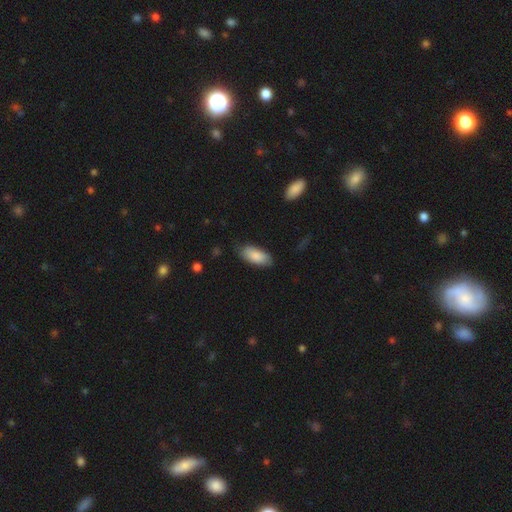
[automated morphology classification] Smooth or featured: smooth — 86% (featured or disk — 8%)
How rounded: in between — 88% (cigar-shaped — 10%)
Merging: none — 78% (minor disturbance — 17%)